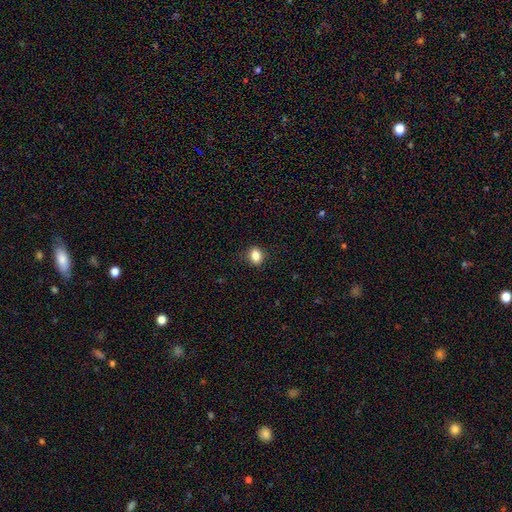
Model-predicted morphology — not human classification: A smooth galaxy with no disk features (85%) that is in between round and cigar-shaped (61%).

Vote fractions:
- Smooth or featured? smooth: 85% / star or artifact: 10% / featured or disk: 5%
- How rounded? in between: 61% / round: 38% / cigar-shaped: 1%
- Merging? none: 87% / minor disturbance: 10% / major disturbance: 2% / merger: 1%